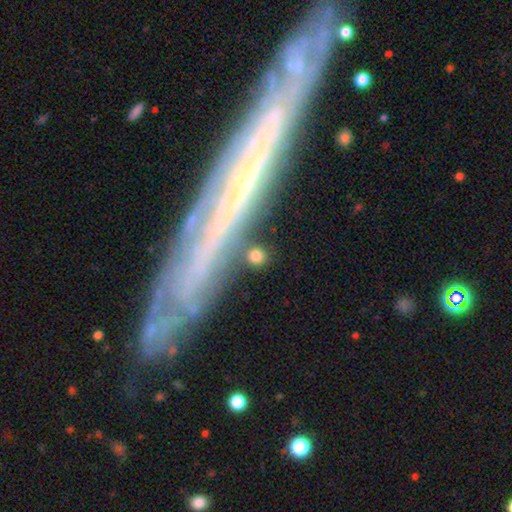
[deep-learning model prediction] Smooth or featured: smooth — 76% (star or artifact — 13%)
How rounded: round — 82% (in between — 15%)
Merging: none — 80% (minor disturbance — 9%)